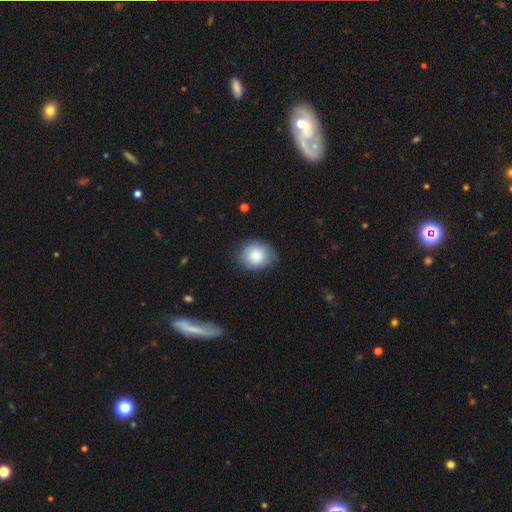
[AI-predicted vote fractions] smooth-or-featured: smooth: 82% | featured or disk: 11% | star or artifact: 7%
  how-rounded: round: 68% | in between: 31% | cigar-shaped: 1%
  merging: none: 75% | minor disturbance: 19% | major disturbance: 4% | merger: 1%